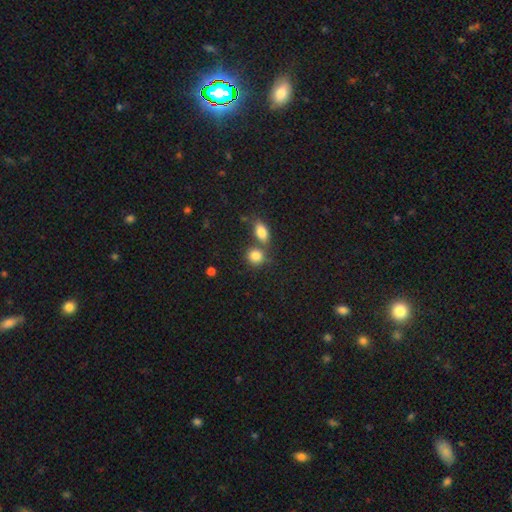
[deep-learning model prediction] This is clearly a smooth galaxy (83%). How rounded: likely round (71%). Merging: possibly none (51%).